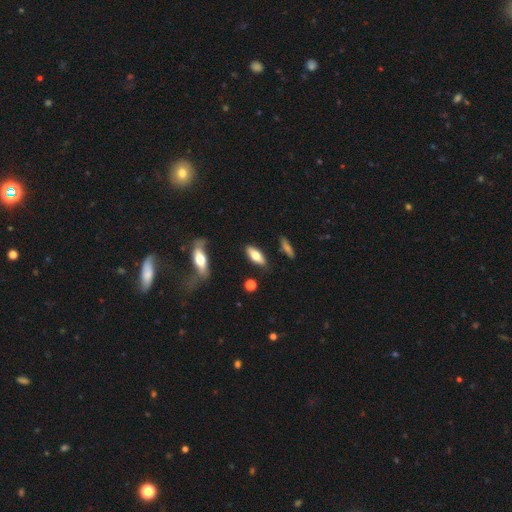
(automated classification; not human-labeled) smooth 66%, featured or disk 28%, star or artifact 6%. Down the decision tree: how rounded — in between (71%); merging — none (84%).